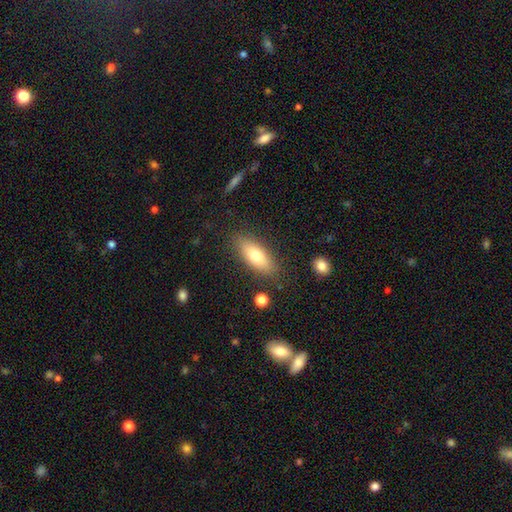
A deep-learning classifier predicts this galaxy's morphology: Smooth or featured? smooth (73%)
How rounded? in between (72%)
Merging? none (83%)